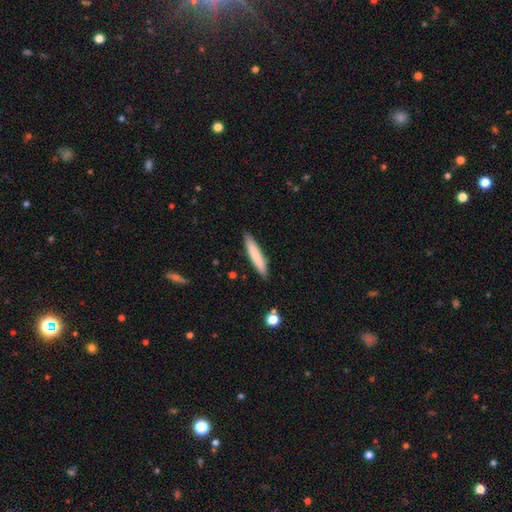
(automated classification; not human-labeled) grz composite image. It shows a smooth galaxy with no disk features (76%) that is cigar-shaped (92%). Merging: none (89%).